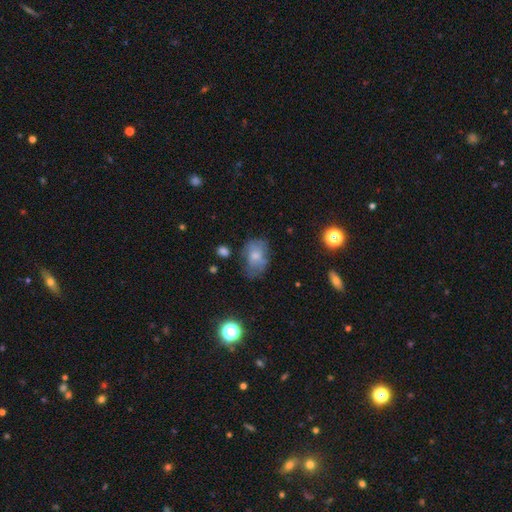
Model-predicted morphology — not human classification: This is possibly a smooth galaxy (57%). How rounded: likely in between (78%). Merging: possibly none (49%).